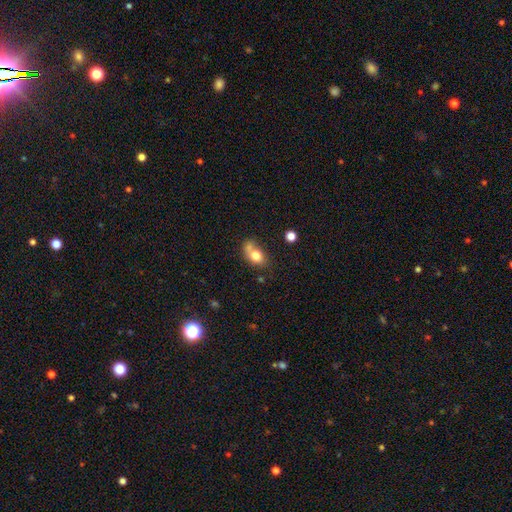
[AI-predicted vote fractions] Smooth or featured? smooth (76%)
How rounded? in between (60%)
Merging? none (39%)